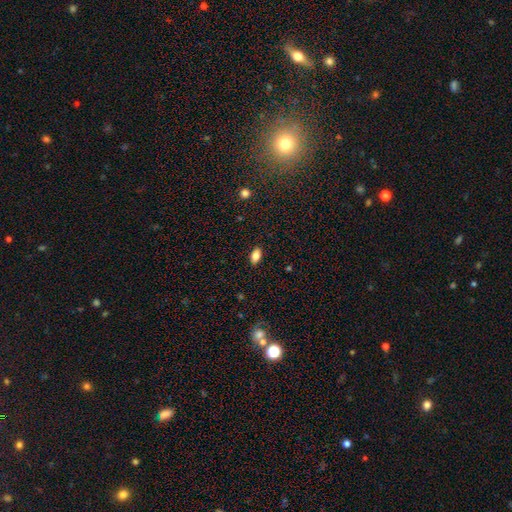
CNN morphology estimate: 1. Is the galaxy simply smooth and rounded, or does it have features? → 84% smooth, 9% star or artifact, 8% featured or disk.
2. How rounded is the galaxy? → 91% in between, 5% cigar-shaped, 4% round.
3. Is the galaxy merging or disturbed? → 88% none, 9% minor disturbance, 2% major disturbance, 1% merger.